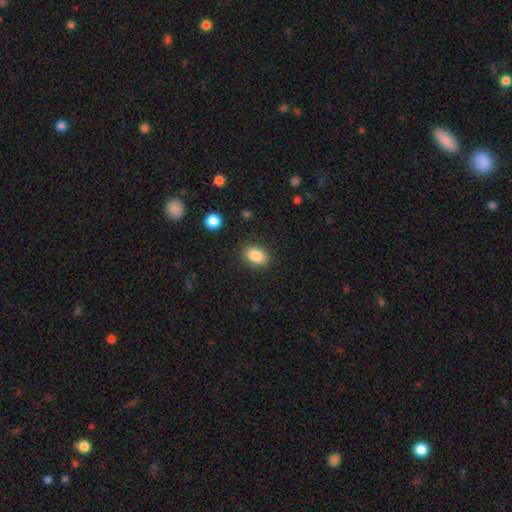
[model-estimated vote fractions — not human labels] smooth 86%, star or artifact 9%, featured or disk 6%. Down the decision tree: how rounded — in between (78%); merging — none (87%).